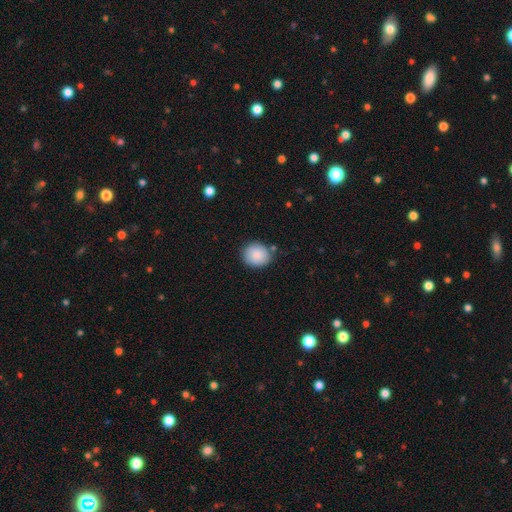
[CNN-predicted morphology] This appears to be a smooth galaxy with no disk features (87%) that is round (79%). Merging: none (81%).